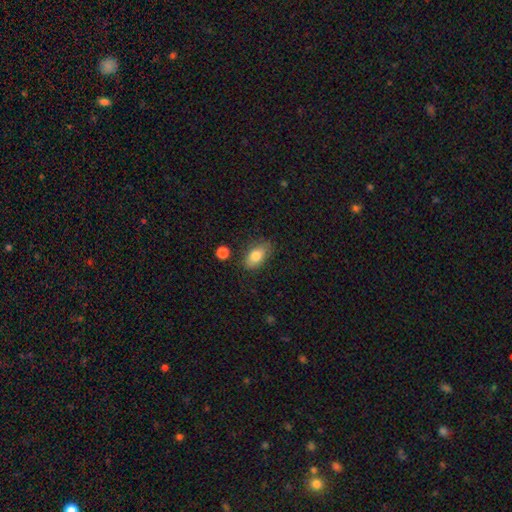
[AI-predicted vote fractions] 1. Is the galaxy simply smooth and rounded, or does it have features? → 80% smooth, 12% featured or disk, 8% star or artifact.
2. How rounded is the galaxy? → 89% in between, 7% round, 4% cigar-shaped.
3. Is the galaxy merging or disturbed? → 76% none, 17% minor disturbance, 4% major disturbance, 3% merger.